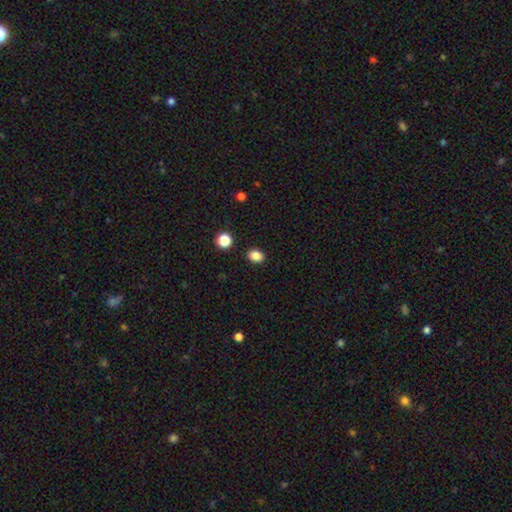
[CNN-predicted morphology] Overall: smooth (85%). How rounded: in between (61%; round 38%). Merging: none (89%).